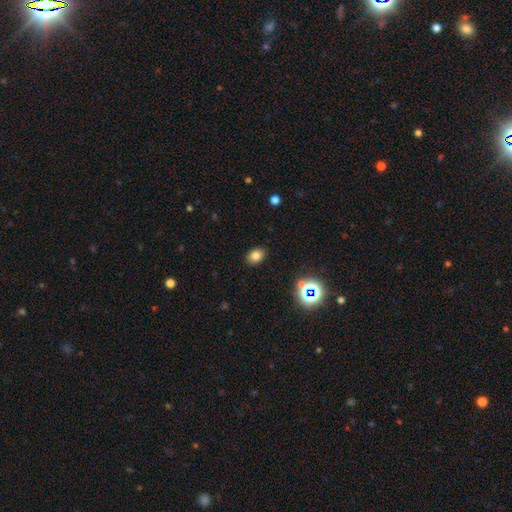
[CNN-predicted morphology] smooth-or-featured: smooth: 77% | star or artifact: 15% | featured or disk: 8%
  how-rounded: in between: 72% | round: 27% | cigar-shaped: 1%
  merging: none: 88% | minor disturbance: 8% | major disturbance: 2% | merger: 1%